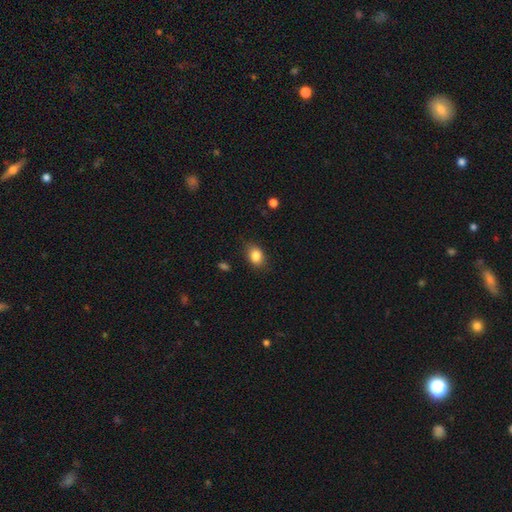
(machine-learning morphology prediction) Q: Smooth or featured?
A: smooth (84%); runner-up: star or artifact (9%)
Q: How rounded?
A: in between (71%); runner-up: round (27%)
Q: Merging?
A: none (81%); runner-up: minor disturbance (15%)